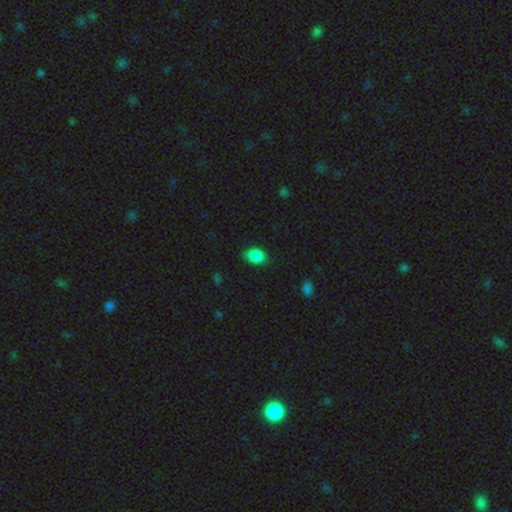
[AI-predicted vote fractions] Smooth or featured: smooth — 85% (star or artifact — 9%)
How rounded: in between — 76% (round — 23%)
Merging: none — 78% (minor disturbance — 18%)